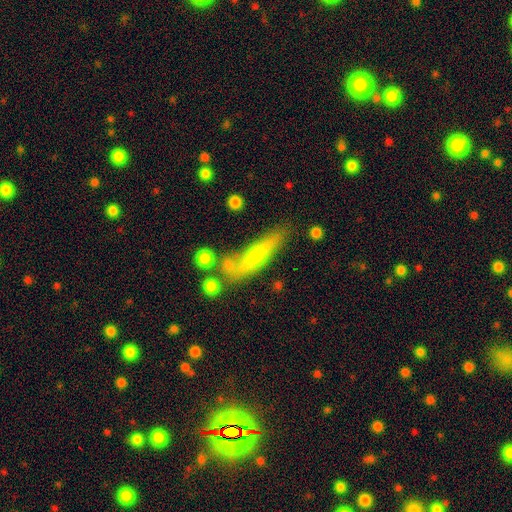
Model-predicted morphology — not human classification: Smooth or featured? Predicted: featured or disk (p=0.52). Edge-on disk? Predicted: yes (p=0.78). Merging? Predicted: none (p=0.58).